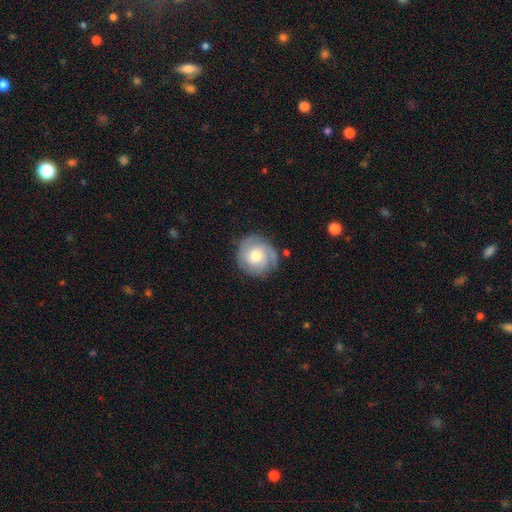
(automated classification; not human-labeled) Smooth or featured? featured or disk (51%)
Edge-on disk? no (97%)
Merging? none (76%)